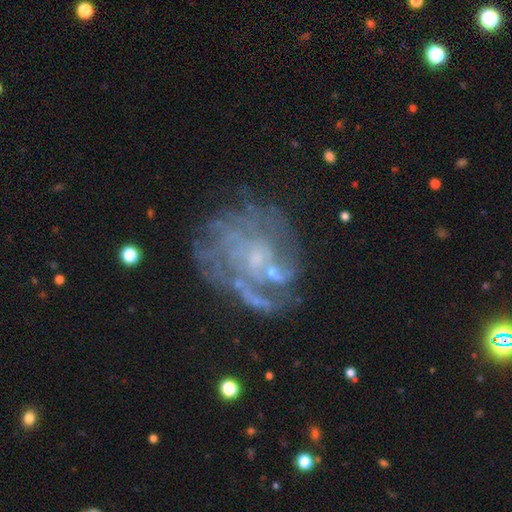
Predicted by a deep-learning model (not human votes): Smooth or featured: featured or disk — 77% (smooth — 12%)
Edge-on disk: no — 98% (yes — 2%)
Bar: no — 71% (weak — 24%)
Spiral arms: yes — 75% (no — 25%)
Spiral winding: tight — 48% (medium — 33%)
Spiral arm count: can't tell — 48% (3 — 14%)
Bulge size: small — 52% (none — 30%)
Merging: none — 52% (major disturbance — 22%)